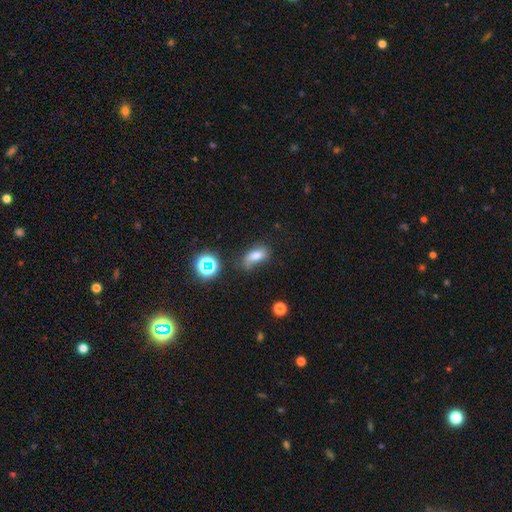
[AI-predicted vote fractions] This is likely a smooth galaxy (70%). How rounded: clearly in between (84%). Merging: possibly none (48%).